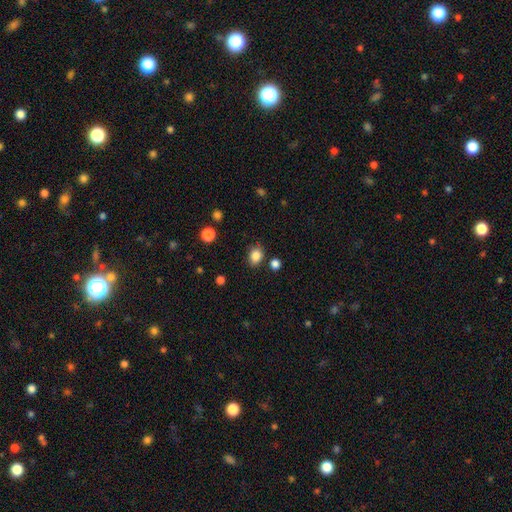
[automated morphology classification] A smooth galaxy with no disk features (84%) that is in between round and cigar-shaped (56%). Merging: none (80%).